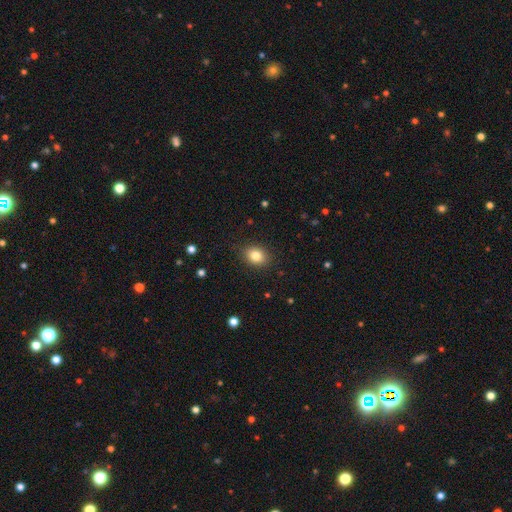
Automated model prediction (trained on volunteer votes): Smooth or featured? smooth (82%)
How rounded? in between (53%)
Merging? none (87%)